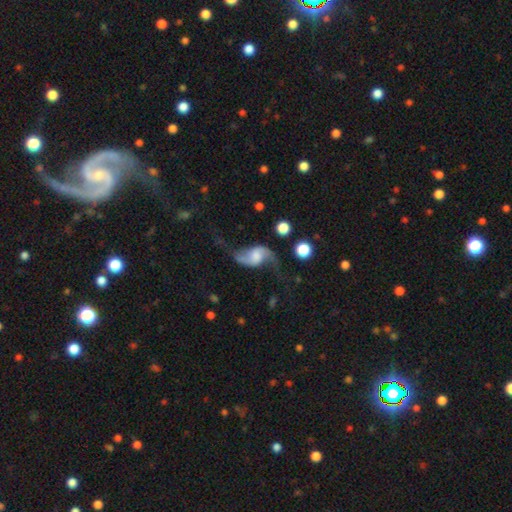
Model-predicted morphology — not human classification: A featured or disk galaxy (84%) with no bar (51%), 2 (93%) loose (88%) spiral arms (96%) and no central bulge (27%). Merging: none (61%).